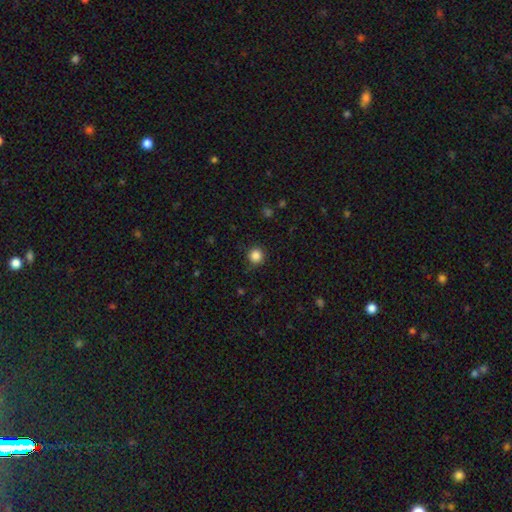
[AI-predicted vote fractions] Smooth or featured? Predicted: smooth (p=0.85). How rounded? Predicted: round (p=0.94). Merging? Predicted: none (p=0.87).